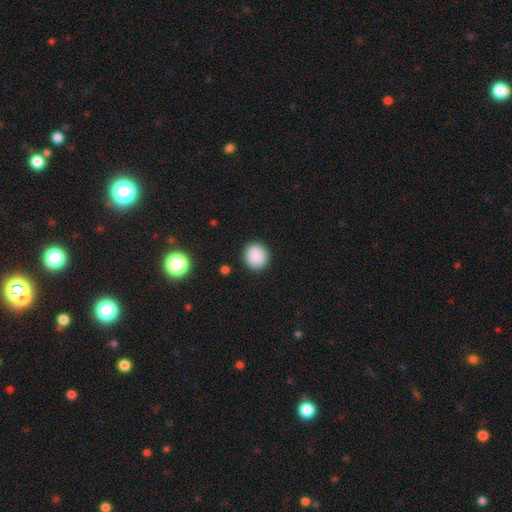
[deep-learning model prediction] Q: Smooth or featured?
A: smooth (88%); runner-up: star or artifact (9%)
Q: How rounded?
A: round (84%); runner-up: in between (15%)
Q: Merging?
A: none (90%); runner-up: minor disturbance (7%)